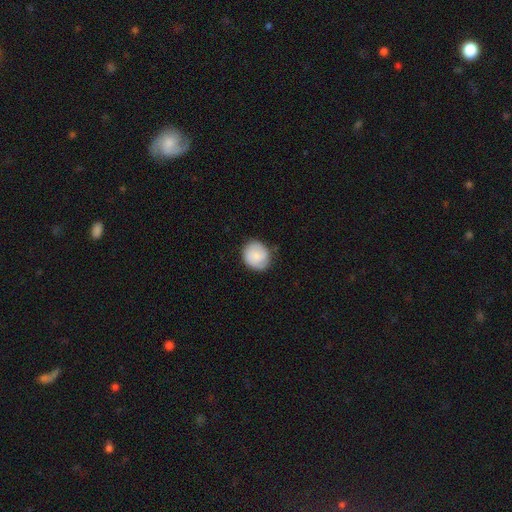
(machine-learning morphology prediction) This is likely a smooth galaxy (75%). How rounded: likely round (79%). Merging: clearly none (80%).